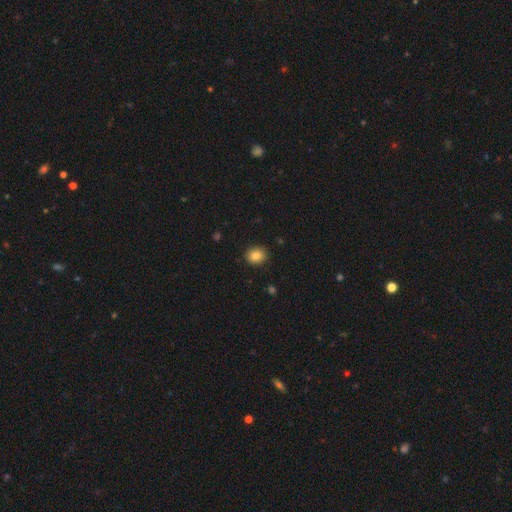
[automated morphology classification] This is clearly a smooth galaxy (84%). How rounded: likely round (67%). Merging: clearly none (89%).